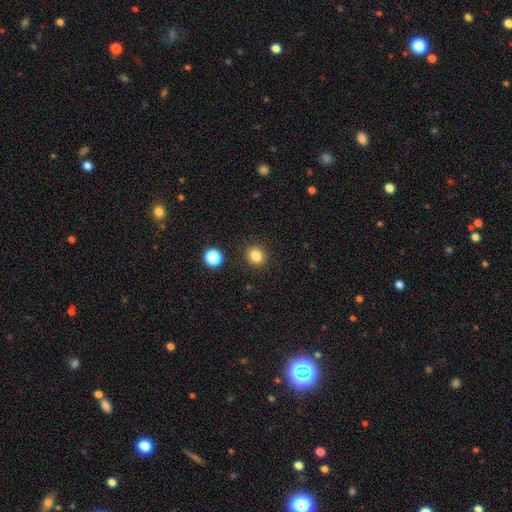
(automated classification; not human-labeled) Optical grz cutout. It shows a smooth galaxy with no disk features (83%) that is round (83%). Merging: none (90%).